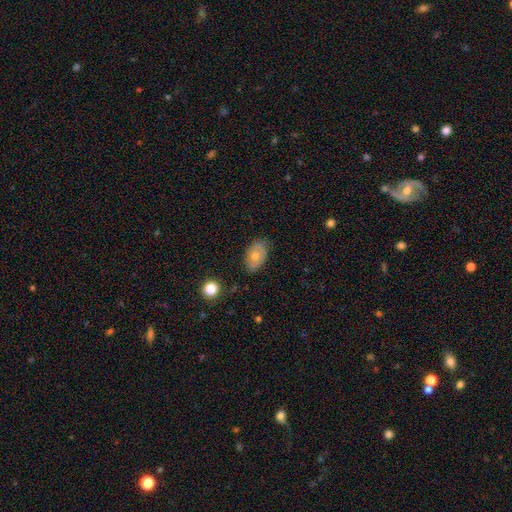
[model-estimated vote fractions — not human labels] smooth-or-featured: smooth: 67% | featured or disk: 25% | star or artifact: 8%
  how-rounded: in between: 89% | round: 10% | cigar-shaped: 1%
  merging: none: 75% | minor disturbance: 20% | major disturbance: 4% | merger: 1%